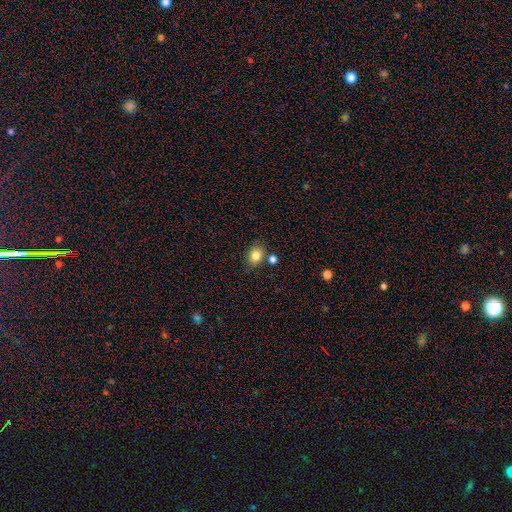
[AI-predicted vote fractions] The model was most divided on "how rounded": in between: 60%, round: 39%, cigar-shaped: 1%. More confident: smooth or featured — smooth (82%); merging — none (72%).